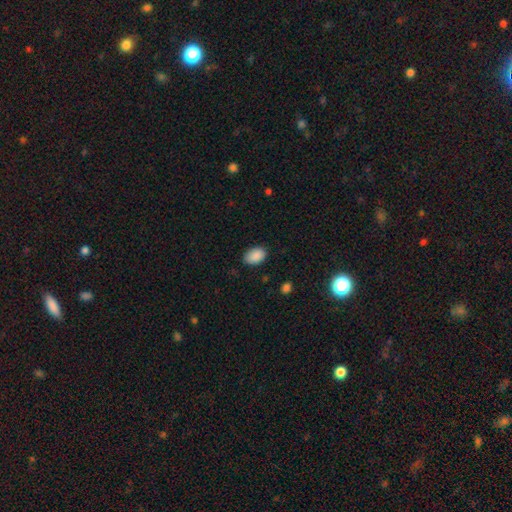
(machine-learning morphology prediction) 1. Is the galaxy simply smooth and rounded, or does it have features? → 89% smooth, 8% star or artifact, 3% featured or disk.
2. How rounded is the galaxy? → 88% in between, 10% round, 1% cigar-shaped.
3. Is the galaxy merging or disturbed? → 82% none, 14% minor disturbance, 3% major disturbance, 1% merger.